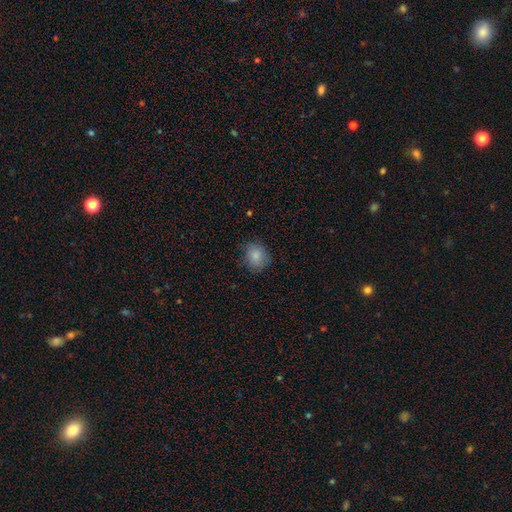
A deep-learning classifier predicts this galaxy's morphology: Smooth or featured? Predicted: smooth (p=0.85). How rounded? Predicted: round (p=0.70). Merging? Predicted: none (p=0.77).